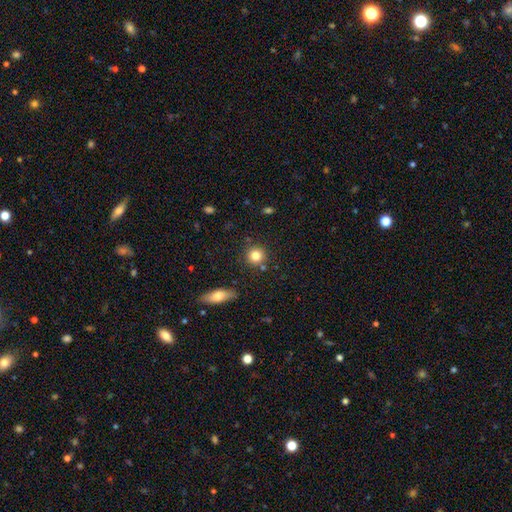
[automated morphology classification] type=smooth (82%); roundness=round (91%); merging=none (85%).